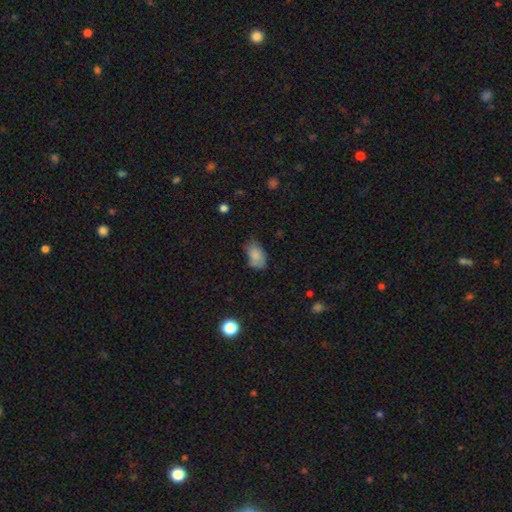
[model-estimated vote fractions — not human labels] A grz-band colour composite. It shows a smooth galaxy with no disk features (80%) that is in between round and cigar-shaped (92%). Merging: none (58%).